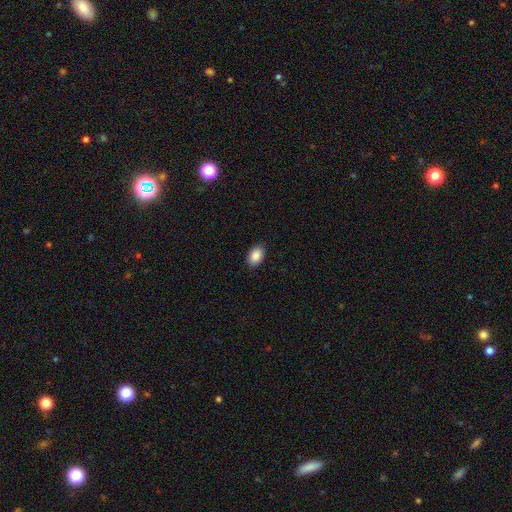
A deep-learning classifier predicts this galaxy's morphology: Smooth or featured: smooth — 89% (star or artifact — 7%)
How rounded: in between — 86% (round — 13%)
Merging: none — 89% (minor disturbance — 8%)